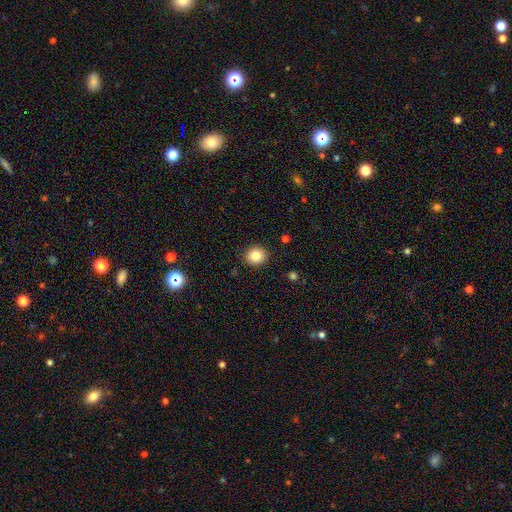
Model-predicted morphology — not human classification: This appears to be a smooth galaxy with no disk features (83%) that is round (83%). Merging: none (91%).